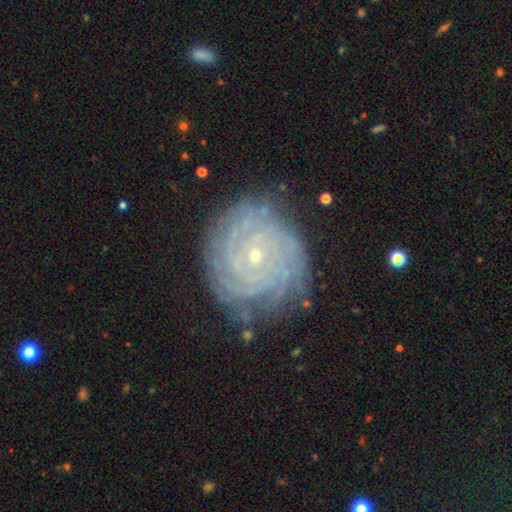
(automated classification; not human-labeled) This appears to be a featured or disk galaxy (86%) with no bar (72%), 4 (24%, tied with can't tell) tight (88%) spiral arms (98%) and a small central bulge (77%). Merging: none (81%).